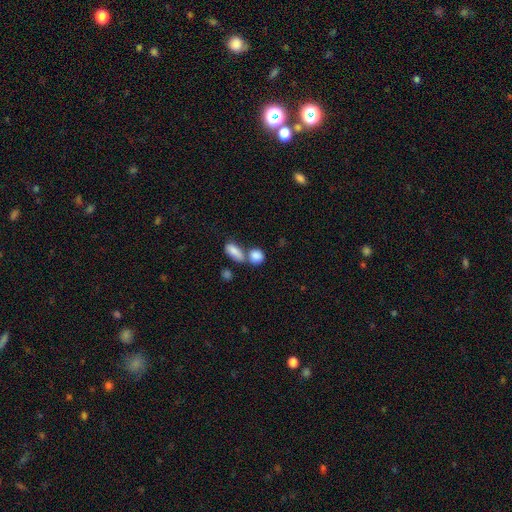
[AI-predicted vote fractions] Morphology: type=smooth (86%); roundness=in between (49%); merging=merger (48%).